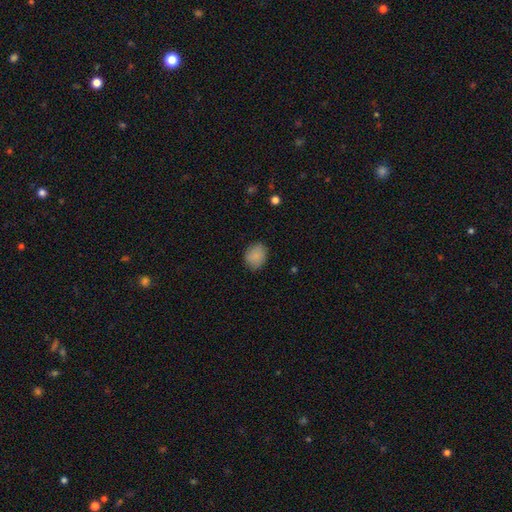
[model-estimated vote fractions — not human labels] Smooth or featured?
  - smooth: 87% *
  - star or artifact: 8%
  - featured or disk: 5%
How rounded?
  - round: 54% *
  - in between: 45%
  - cigar-shaped: 1%
Merging?
  - none: 83% *
  - minor disturbance: 13%
  - major disturbance: 3%
  - merger: 1%